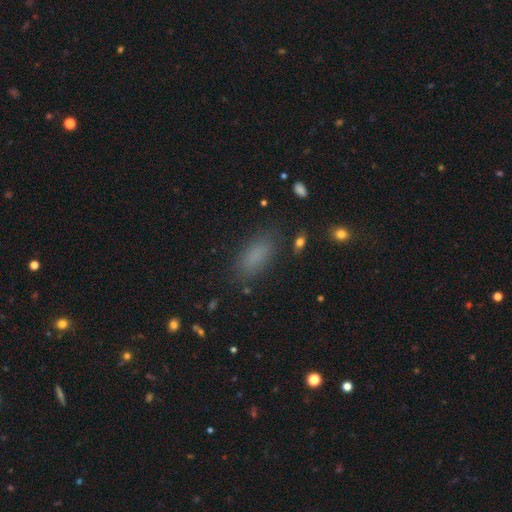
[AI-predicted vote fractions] This is clearly a smooth galaxy (81%). How rounded: clearly in between (81%). Merging: clearly none (83%).